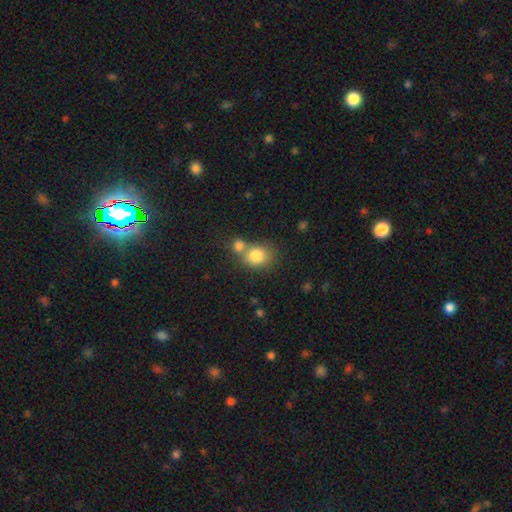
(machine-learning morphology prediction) Q: Smooth or featured?
A: smooth (81%); runner-up: featured or disk (10%)
Q: How rounded?
A: round (69%); runner-up: in between (30%)
Q: Merging?
A: merger (46%); runner-up: none (40%)